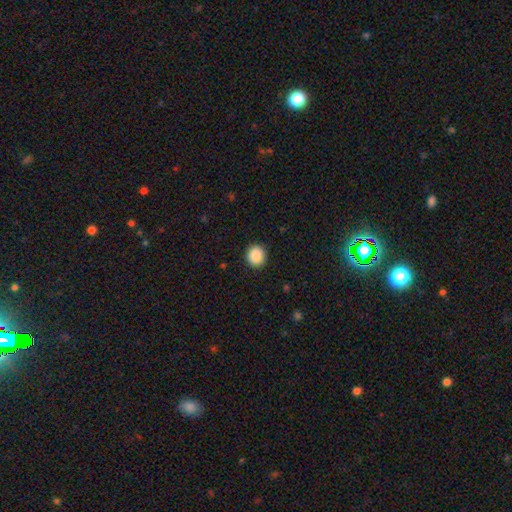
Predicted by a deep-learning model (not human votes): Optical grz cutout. It shows a smooth galaxy with no disk features (89%) that is round (88%). Merging: none (92%).